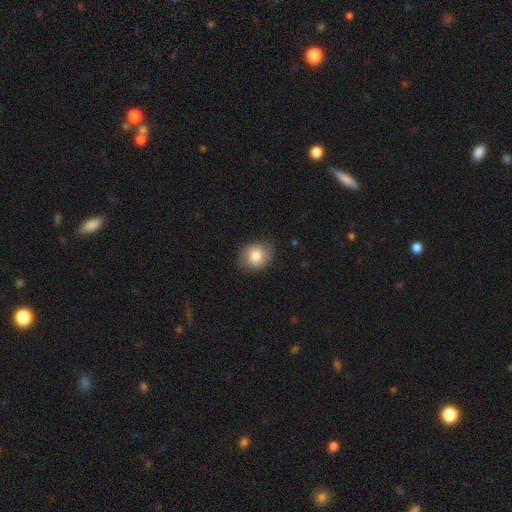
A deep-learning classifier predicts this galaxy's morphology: A smooth galaxy with no disk features (80%) that is round (64%).

Vote fractions:
- Smooth or featured? smooth: 80% / featured or disk: 12% / star or artifact: 8%
- How rounded? round: 64% / in between: 35% / cigar-shaped: 1%
- Merging? none: 85% / minor disturbance: 11% / major disturbance: 3% / merger: 1%